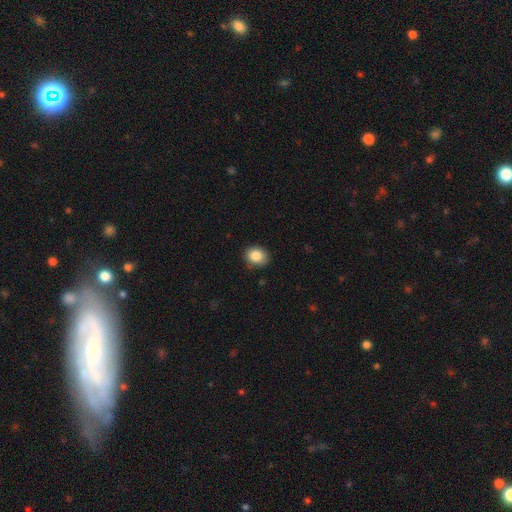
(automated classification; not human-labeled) Smooth or featured? Predicted: smooth (p=0.85). How rounded? Predicted: round (p=0.55). Merging? Predicted: none (p=0.81).